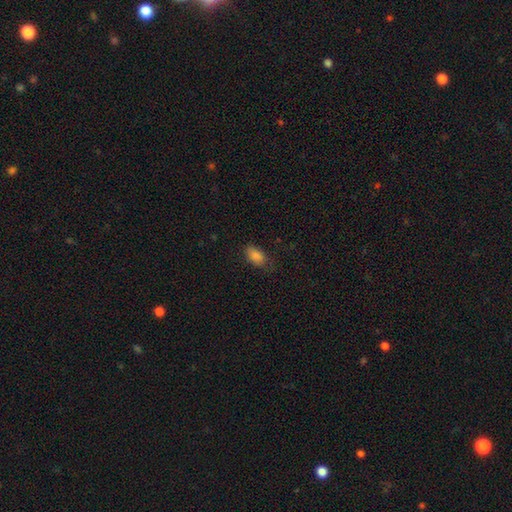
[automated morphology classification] This is clearly a smooth galaxy (86%). How rounded: clearly in between (90%). Merging: likely none (76%).